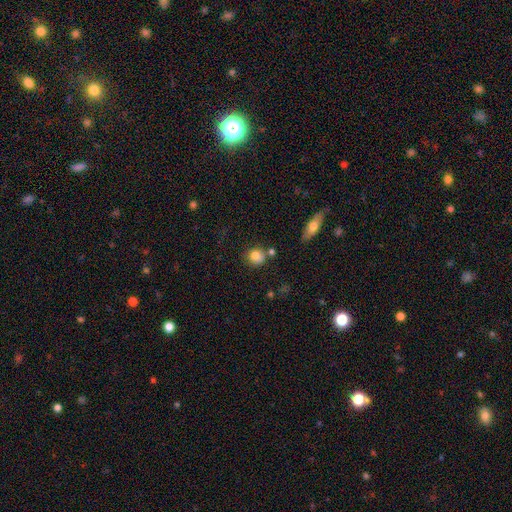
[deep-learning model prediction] A smooth galaxy with no disk features (81%) that is round (78%).

Vote fractions:
- Smooth or featured? smooth: 81% / star or artifact: 10% / featured or disk: 9%
- How rounded? round: 78% / in between: 21% / cigar-shaped: 1%
- Merging? none: 67% / minor disturbance: 16% / merger: 13% / major disturbance: 4%